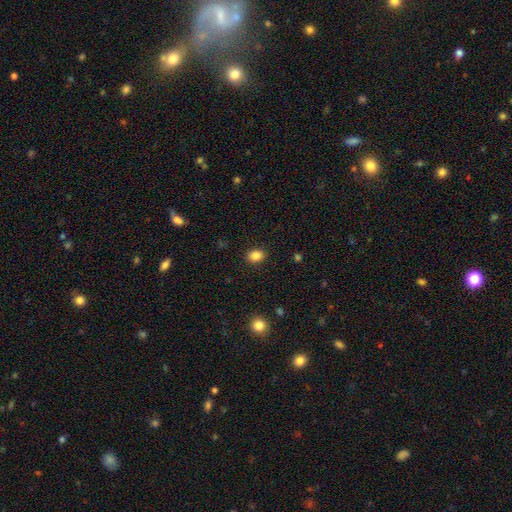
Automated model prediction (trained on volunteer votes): Smooth or featured: smooth — 86% (star or artifact — 10%)
How rounded: in between — 60% (round — 39%)
Merging: none — 89% (minor disturbance — 8%)